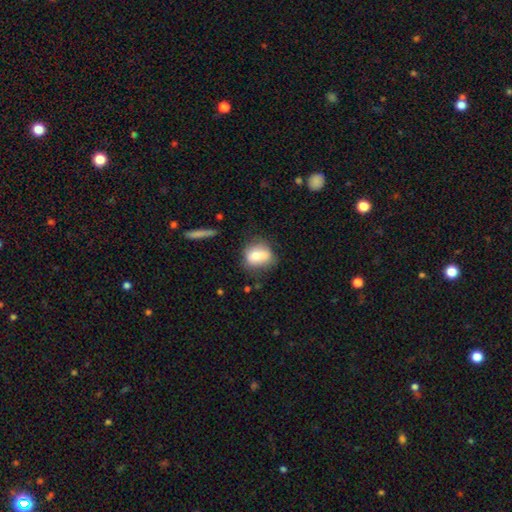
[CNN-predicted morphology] Smooth or featured? Predicted: smooth (p=0.69). How rounded? Predicted: round (p=0.55). Merging? Predicted: none (p=0.54).